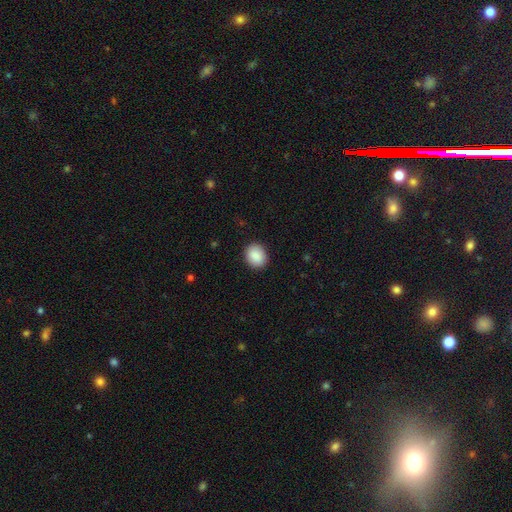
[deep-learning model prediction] The model was most divided on "how rounded": round: 61%, in between: 38%, cigar-shaped: 1%. More confident: smooth or featured — smooth (89%); merging — none (89%).